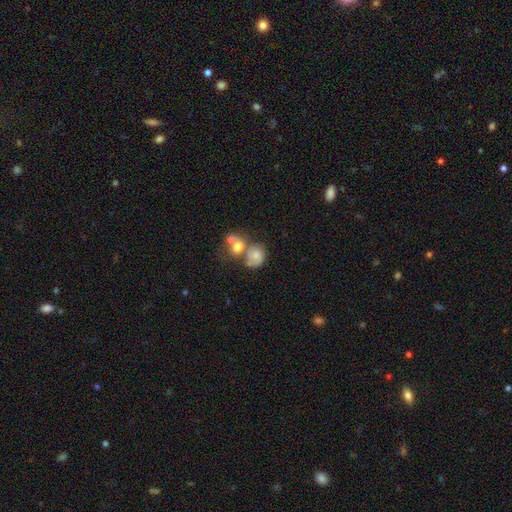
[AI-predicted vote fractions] Smooth or featured? smooth (60%)
How rounded? round (66%)
Merging? merger (55%)